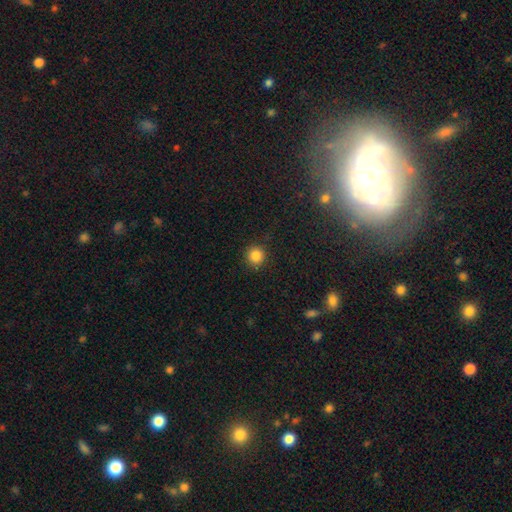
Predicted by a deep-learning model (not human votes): A smooth galaxy with no disk features (84%) that is round (94%).

Vote fractions:
- Smooth or featured? smooth: 84% / star or artifact: 11% / featured or disk: 4%
- How rounded? round: 94% / in between: 5% / cigar-shaped: 1%
- Merging? none: 90% / minor disturbance: 6% / major disturbance: 2% / merger: 1%